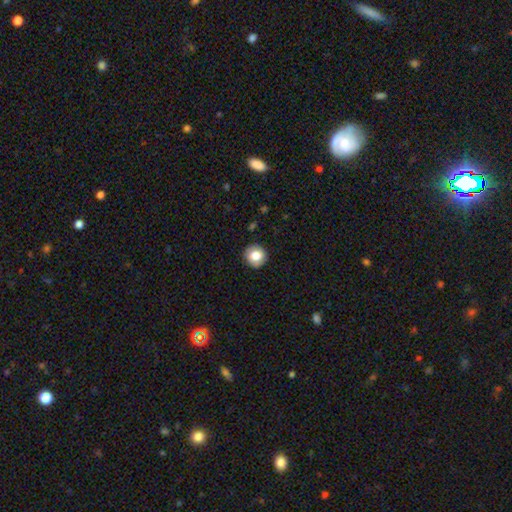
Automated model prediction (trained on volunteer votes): Smooth or featured?
  - smooth: 76% *
  - featured or disk: 15%
  - star or artifact: 8%
How rounded?
  - round: 90% *
  - in between: 9%
  - cigar-shaped: 1%
Merging?
  - none: 88% *
  - minor disturbance: 9%
  - major disturbance: 2%
  - merger: 1%